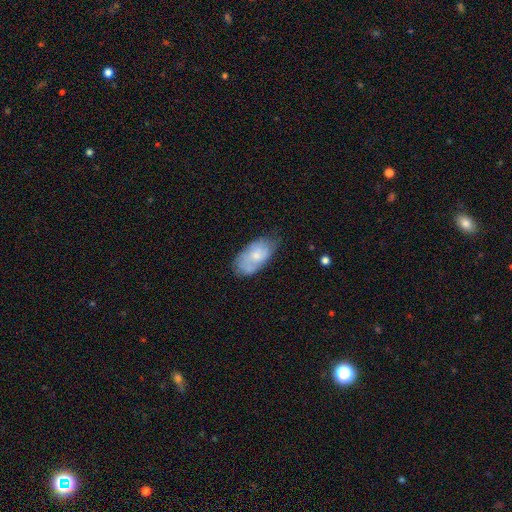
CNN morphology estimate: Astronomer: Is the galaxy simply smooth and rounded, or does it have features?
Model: smooth — 60%.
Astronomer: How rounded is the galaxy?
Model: in between — 93%.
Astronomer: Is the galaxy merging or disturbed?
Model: none — 57%.